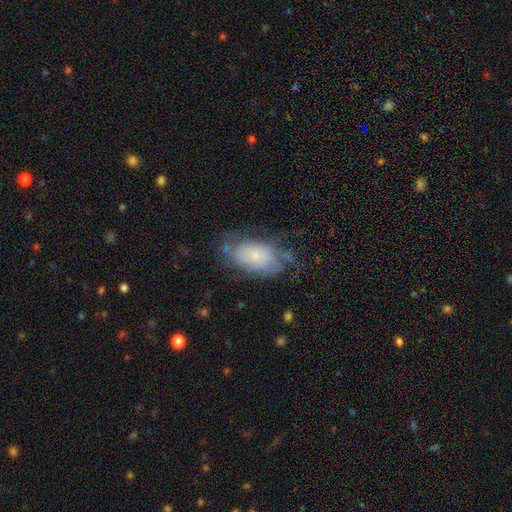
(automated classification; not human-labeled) This appears to be a featured or disk galaxy (50%). Merging: none (47%).